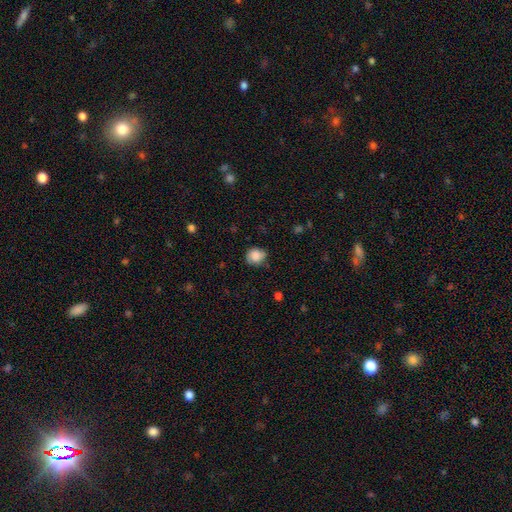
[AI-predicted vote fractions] Q: Smooth or featured?
A: smooth (84%); runner-up: star or artifact (8%)
Q: How rounded?
A: round (74%); runner-up: in between (25%)
Q: Merging?
A: none (72%); runner-up: minor disturbance (22%)